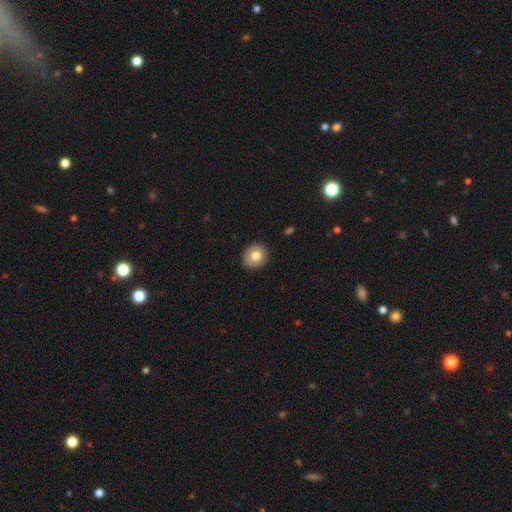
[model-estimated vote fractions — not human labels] Overall: smooth (78%). How rounded: round (77%). Merging: none (89%).